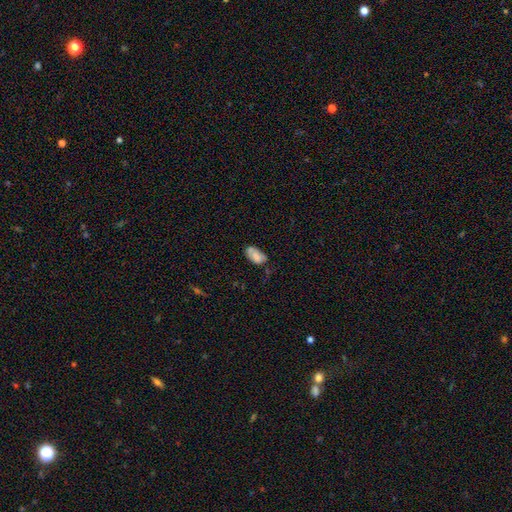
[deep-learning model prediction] Morphology: type=smooth (76%); roundness=in between (93%); merging=none (50%).